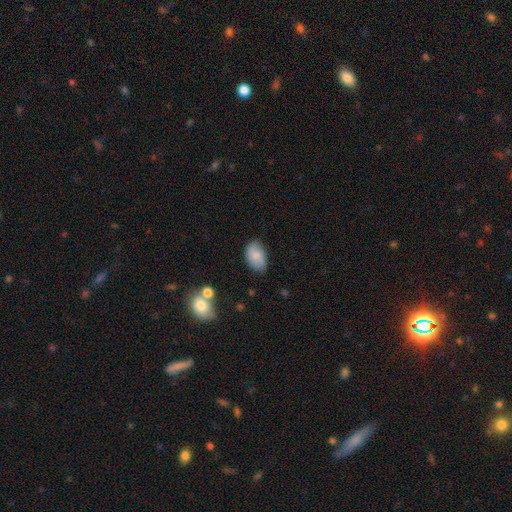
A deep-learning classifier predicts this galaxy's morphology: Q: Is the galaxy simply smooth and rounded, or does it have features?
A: smooth — 77%.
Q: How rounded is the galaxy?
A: in between — 90%.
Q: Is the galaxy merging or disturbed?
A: none — 68%.